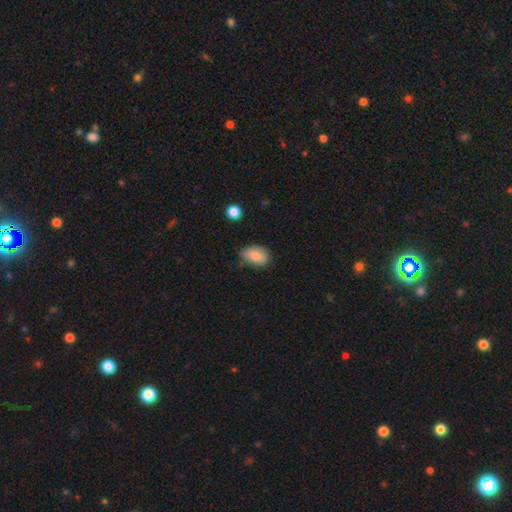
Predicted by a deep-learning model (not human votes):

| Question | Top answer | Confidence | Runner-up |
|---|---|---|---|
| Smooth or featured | smooth | 84% | star or artifact (8%) |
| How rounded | in between | 87% | round (11%) |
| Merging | none | 68% | minor disturbance (26%) |